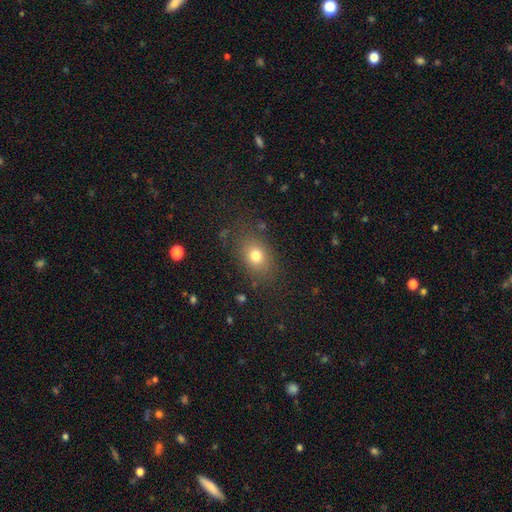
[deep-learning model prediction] A smooth galaxy with no disk features (76%) that is in between round and cigar-shaped (63%).

Vote fractions:
- Smooth or featured? smooth: 76% / star or artifact: 13% / featured or disk: 11%
- How rounded? in between: 63% / round: 36% / cigar-shaped: 1%
- Merging? none: 79% / minor disturbance: 13% / major disturbance: 6% / merger: 2%